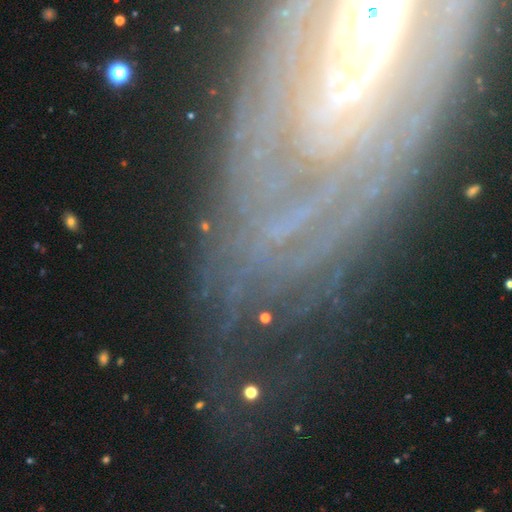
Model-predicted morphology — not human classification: The model was most divided on "bulge size": moderate: 40%, small: 35%, large: 15%, none: 5%, dominant: 5%. More confident: edge-on disk — no (85%); spiral arms — yes (83%); merging — none (74%); smooth or featured — featured or disk (68%); bar — no (52%).